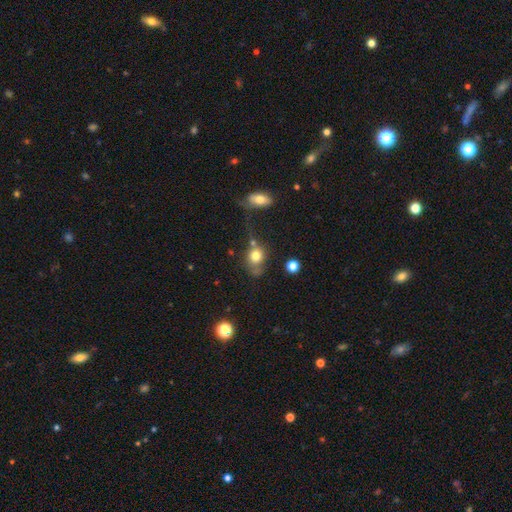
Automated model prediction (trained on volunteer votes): This is likely a smooth galaxy (76%). How rounded: possibly round (60%). Merging: marginally none (42%).